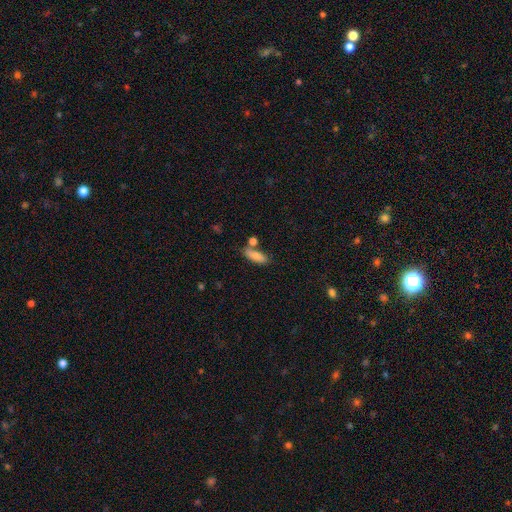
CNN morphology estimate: The model was most divided on "how rounded": in between: 65%, cigar-shaped: 32%, round: 3%. More confident: smooth or featured — smooth (83%); merging — none (61%).